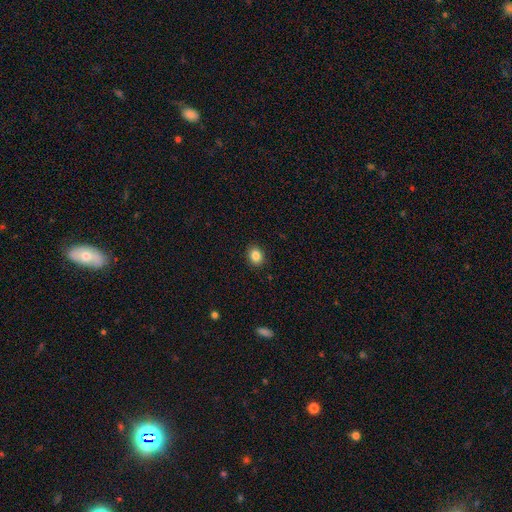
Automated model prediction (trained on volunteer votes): smooth 86%, star or artifact 10%, featured or disk 5%. Down the decision tree: how rounded — round (58%); merging — none (90%).